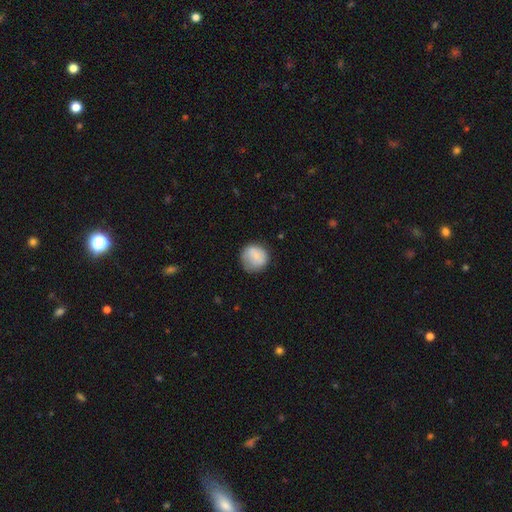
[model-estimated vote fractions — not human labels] Smooth or featured?
  - smooth: 78% *
  - featured or disk: 15%
  - star or artifact: 7%
How rounded?
  - round: 89% *
  - in between: 10%
  - cigar-shaped: 1%
Merging?
  - none: 70% *
  - minor disturbance: 21%
  - major disturbance: 7%
  - merger: 2%